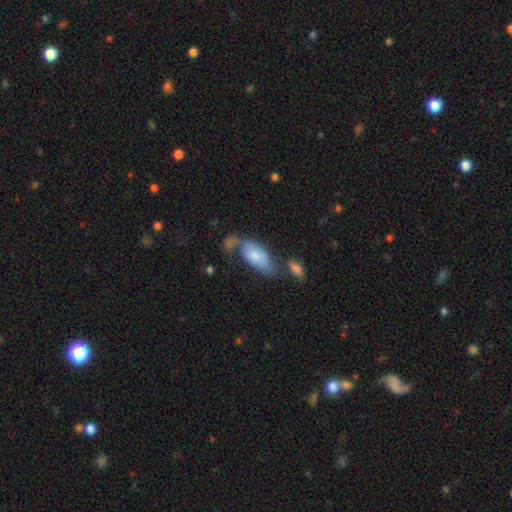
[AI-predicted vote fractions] This is likely a smooth galaxy (66%). How rounded: clearly in between (90%). Merging: marginally none (33%).